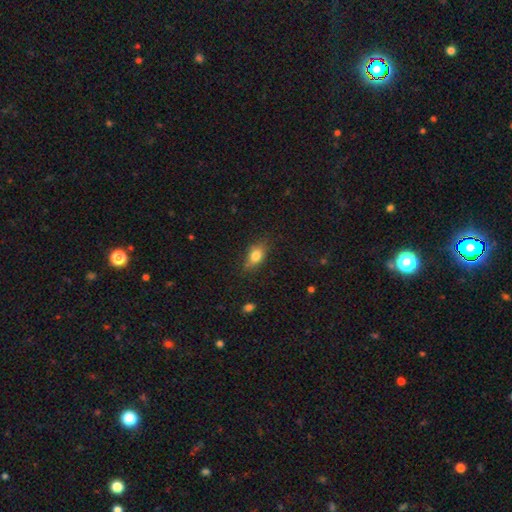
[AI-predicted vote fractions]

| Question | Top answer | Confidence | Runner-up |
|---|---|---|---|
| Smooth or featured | smooth | 80% | featured or disk (11%) |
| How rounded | in between | 78% | round (17%) |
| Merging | none | 75% | minor disturbance (19%) |